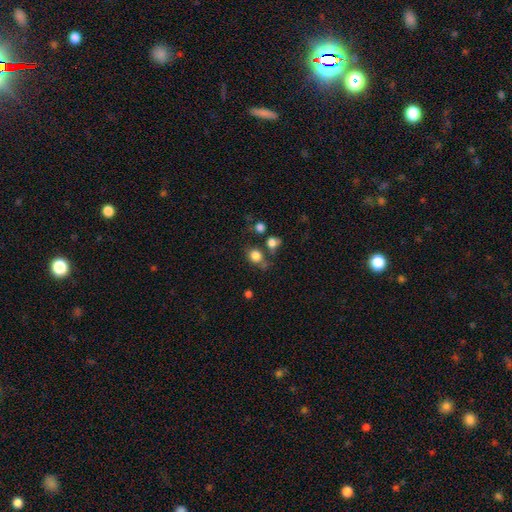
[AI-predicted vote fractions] Q: Smooth or featured?
A: smooth (81%); runner-up: star or artifact (12%)
Q: How rounded?
A: round (65%); runner-up: in between (34%)
Q: Merging?
A: none (63%); runner-up: merger (15%)